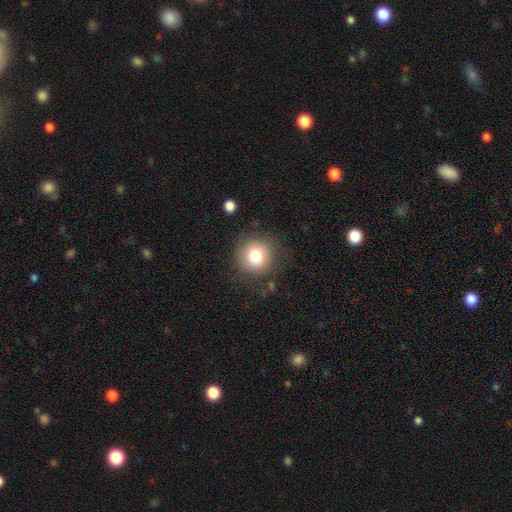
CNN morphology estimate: smooth_or_featured: smooth (p=0.80) [alt: star or artifact p=0.11]
how_rounded: round (p=0.91) [alt: in between p=0.08]
merging: none (p=0.82) [alt: minor disturbance p=0.11]